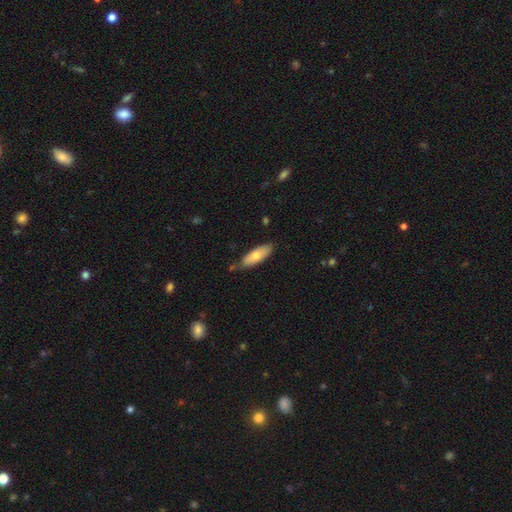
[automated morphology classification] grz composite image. It shows a smooth galaxy with no disk features (71%) that is in between round and cigar-shaped (62%). Merging: none (73%).